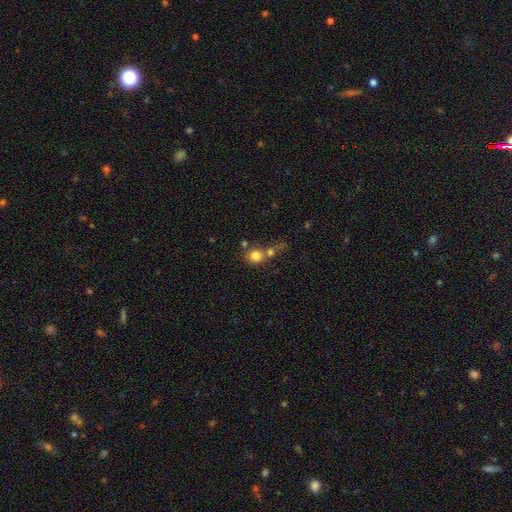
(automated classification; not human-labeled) Overall: smooth (78%). How rounded: round (82%). Merging: none (44%; merger 40%).